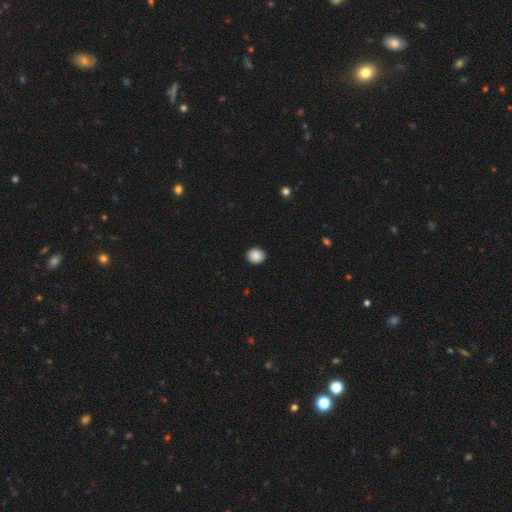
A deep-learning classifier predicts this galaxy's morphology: smooth 88%, star or artifact 8%, featured or disk 3%. Down the decision tree: how rounded — round (78%); merging — none (91%).